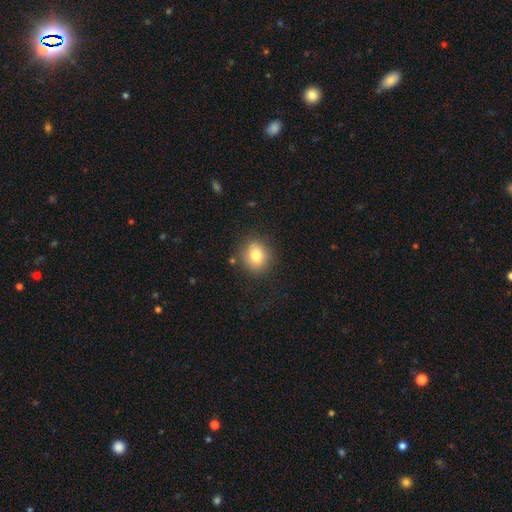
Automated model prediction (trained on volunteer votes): Morphology: type=smooth (80%); roundness=round (75%); merging=none (83%).